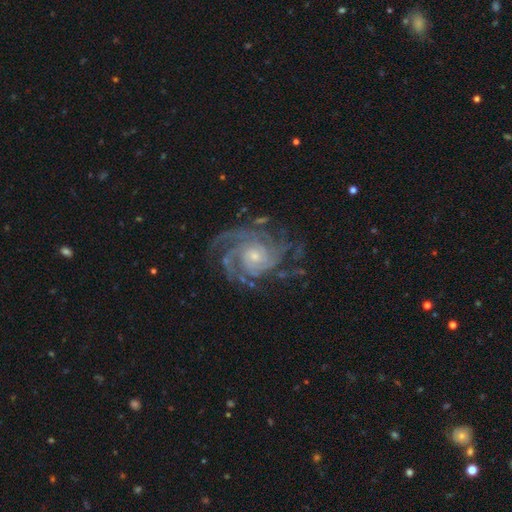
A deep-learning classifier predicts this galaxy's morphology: smooth_or_featured: featured or disk (p=0.89) [alt: star or artifact p=0.07]
disk_edge_on: no (p=0.97) [alt: yes p=0.03]
bar: no (p=0.75) [alt: weak p=0.20]
has_spiral_arms: yes (p=0.98) [alt: no p=0.02]
spiral_winding: tight (p=0.65) [alt: medium p=0.30]
spiral_arm_count: 3 (p=0.25) [alt: 4 p=0.24]
bulge_size: small (p=0.62) [alt: moderate p=0.33]
merging: none (p=0.73) [alt: minor disturbance p=0.16]